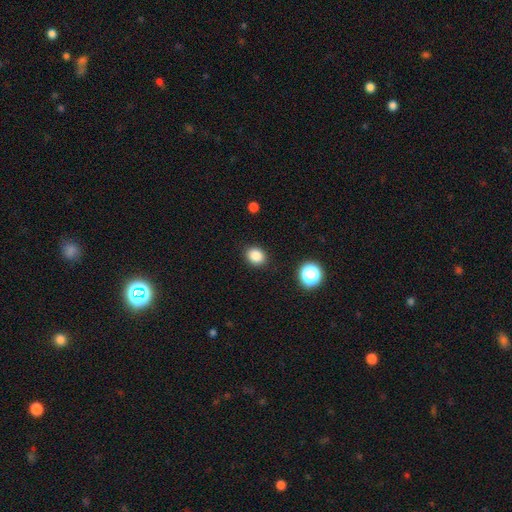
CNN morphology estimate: This appears to be a smooth galaxy with no disk features (85%) that is round (55%). Merging: none (89%).